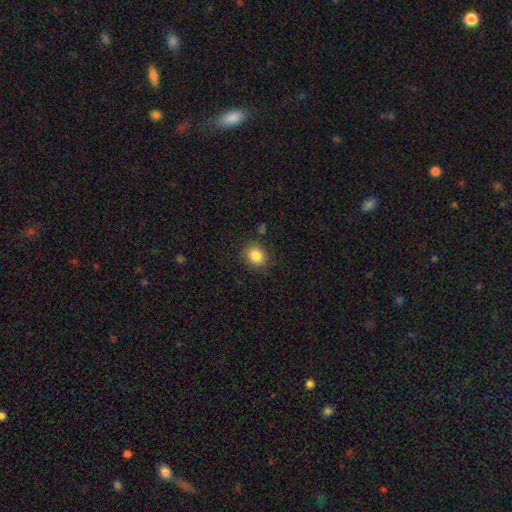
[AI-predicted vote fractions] Q: Smooth or featured?
A: smooth (84%); runner-up: star or artifact (10%)
Q: How rounded?
A: round (80%); runner-up: in between (20%)
Q: Merging?
A: none (84%); runner-up: minor disturbance (11%)